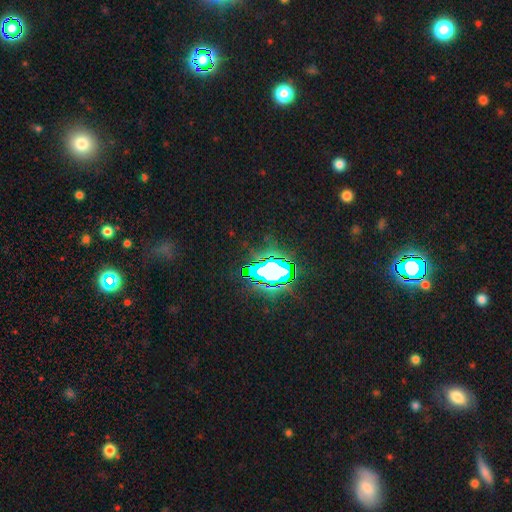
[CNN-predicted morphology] Q: Smooth or featured?
A: star or artifact (78%); runner-up: smooth (14%)